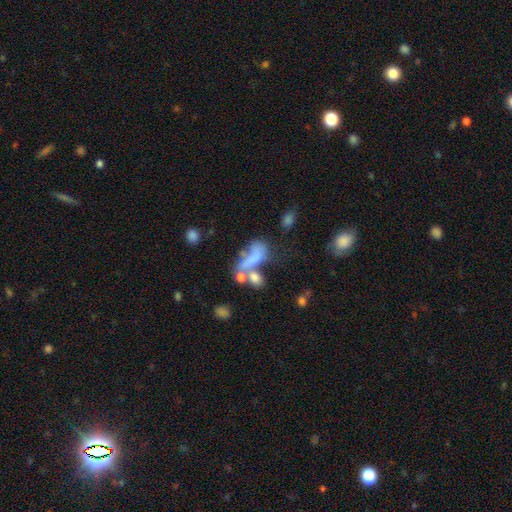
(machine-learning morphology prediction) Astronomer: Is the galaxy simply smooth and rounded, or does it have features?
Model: smooth — 56%.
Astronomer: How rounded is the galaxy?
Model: in between — 72%.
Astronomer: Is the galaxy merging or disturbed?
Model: merger — 46% (runner-up: major disturbance, 23%).